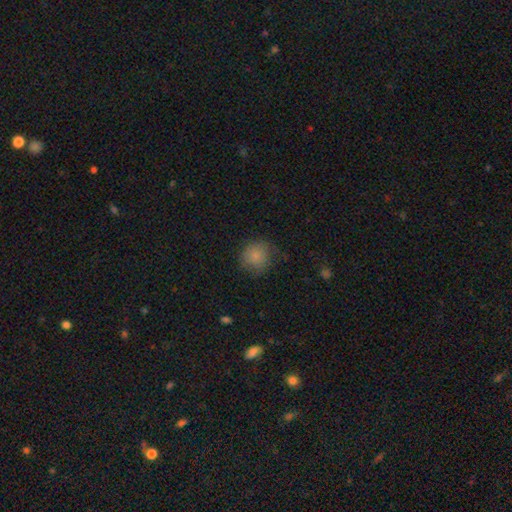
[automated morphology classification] This appears to be a smooth galaxy with no disk features (82%) that is round (86%). Merging: none (68%).